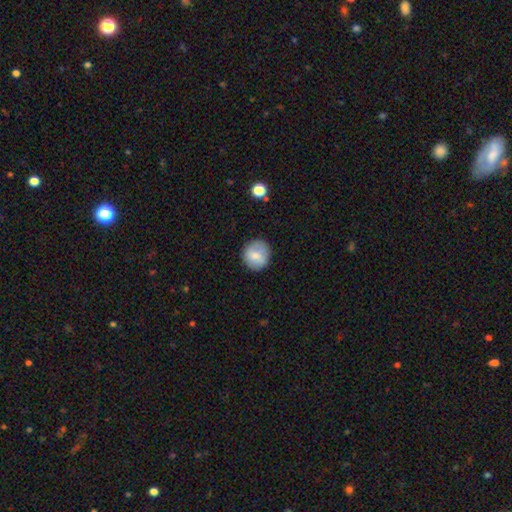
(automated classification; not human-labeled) Q: Smooth or featured?
A: smooth (74%); runner-up: featured or disk (18%)
Q: How rounded?
A: round (89%); runner-up: in between (10%)
Q: Merging?
A: none (86%); runner-up: minor disturbance (10%)